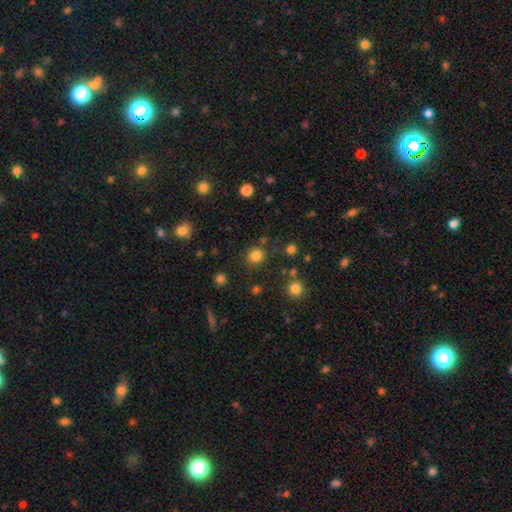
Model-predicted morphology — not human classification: A smooth galaxy with no disk features (82%) that is round (85%).

Vote fractions:
- Smooth or featured? smooth: 82% / star or artifact: 13% / featured or disk: 4%
- How rounded? round: 85% / in between: 14% / cigar-shaped: 1%
- Merging? none: 85% / minor disturbance: 8% / merger: 4% / major disturbance: 3%